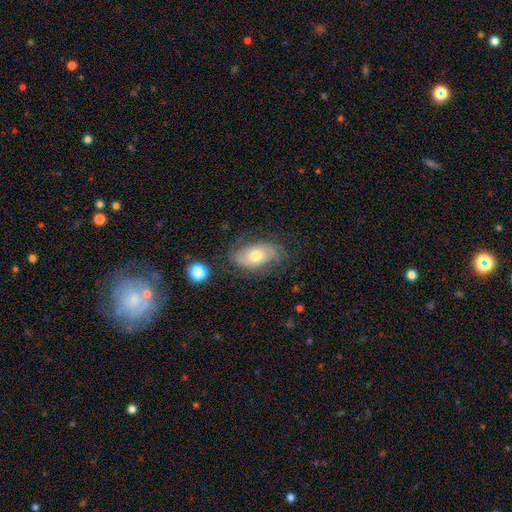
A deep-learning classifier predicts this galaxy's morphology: Q: Smooth or featured?
A: featured or disk (46%); runner-up: smooth (45%)
Q: Merging?
A: none (67%); runner-up: minor disturbance (21%)